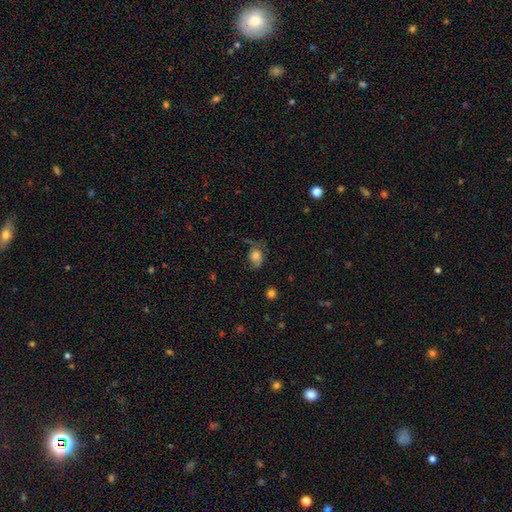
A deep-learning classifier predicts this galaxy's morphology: A smooth galaxy with no disk features (70%) that is in between round and cigar-shaped (58%).

Vote fractions:
- Smooth or featured? smooth: 70% / featured or disk: 19% / star or artifact: 11%
- How rounded? in between: 58% / round: 41% / cigar-shaped: 1%
- Merging? none: 46% / minor disturbance: 32% / major disturbance: 18% / merger: 3%